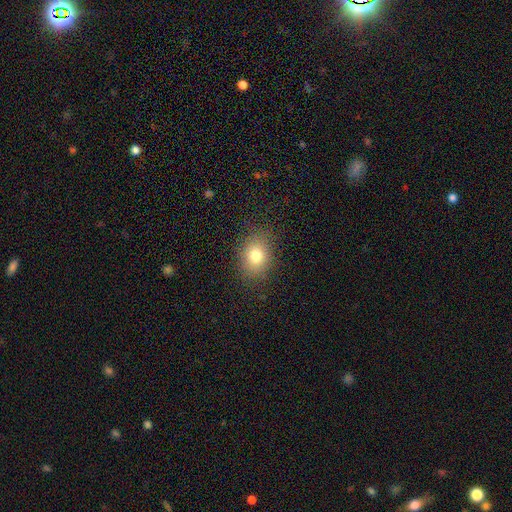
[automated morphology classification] A smooth galaxy with no disk features (78%) that is in between round and cigar-shaped (53%).

Vote fractions:
- Smooth or featured? smooth: 78% / star or artifact: 12% / featured or disk: 10%
- How rounded? in between: 53% / round: 46% / cigar-shaped: 1%
- Merging? none: 84% / minor disturbance: 11% / major disturbance: 4% / merger: 1%